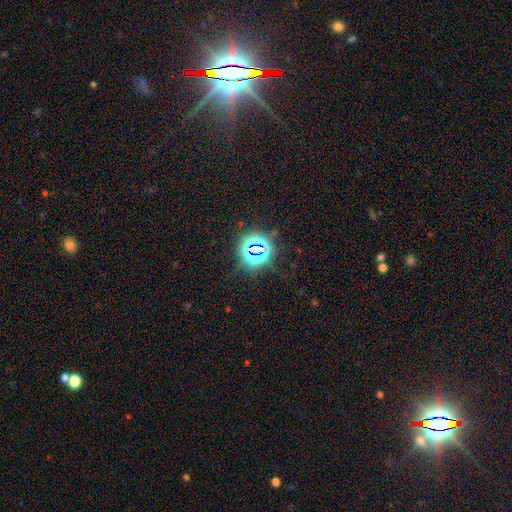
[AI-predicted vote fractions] A star or artifact, not a galaxy (75%).